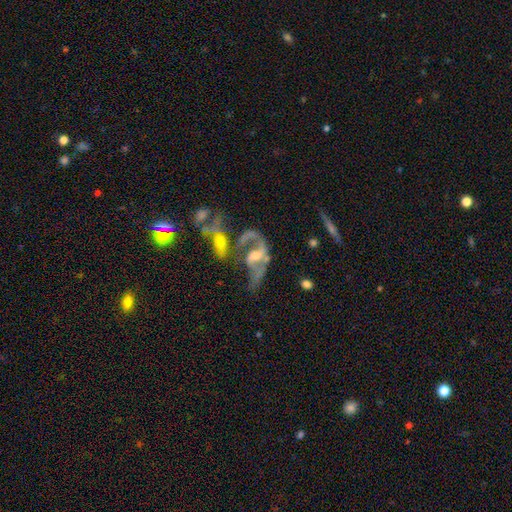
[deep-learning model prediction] The model was most divided on "bar": no: 45%, weak: 40%, strong: 15%. Remaining: edge-on disk — no (95%); smooth or featured — featured or disk (76%); spiral arms — yes (75%); spiral arm count — 2 (64%); bulge size — moderate (55%); spiral winding — loose (53%); merging — merger (40%).